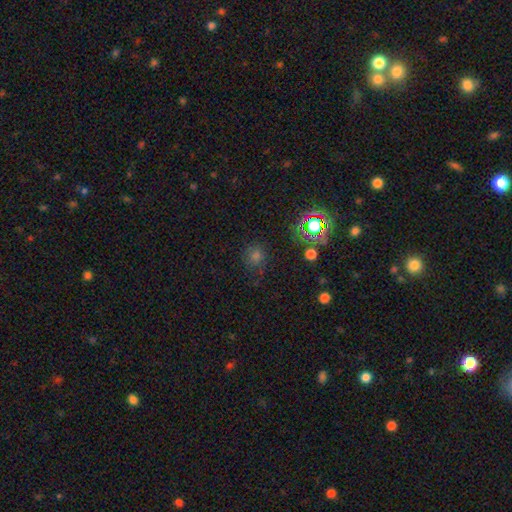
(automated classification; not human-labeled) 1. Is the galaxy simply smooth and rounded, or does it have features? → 58% smooth, 34% star or artifact, 8% featured or disk.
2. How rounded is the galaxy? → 87% round, 12% in between, 1% cigar-shaped.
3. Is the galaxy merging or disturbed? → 77% none, 14% minor disturbance, 6% major disturbance, 3% merger.